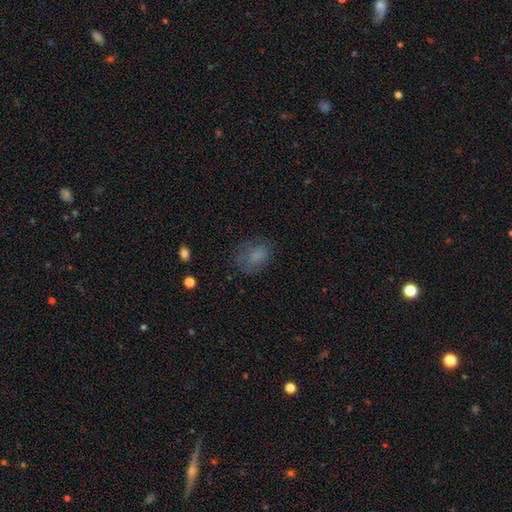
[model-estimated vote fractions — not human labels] This appears to be a smooth galaxy with no disk features (70%) that is in between round and cigar-shaped (63%). Merging: none (56%).